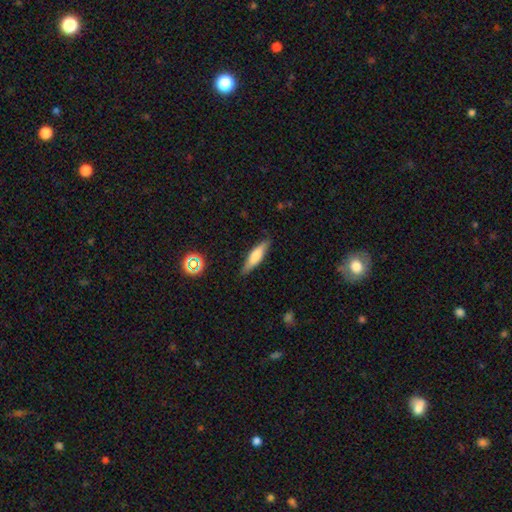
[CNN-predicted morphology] This appears to be a smooth galaxy with no disk features (64%) that is cigar-shaped (72%). Merging: none (85%).